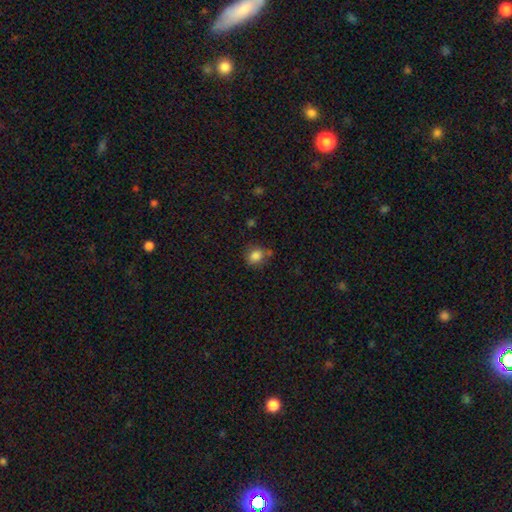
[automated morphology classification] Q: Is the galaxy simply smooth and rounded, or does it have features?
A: smooth — 84%.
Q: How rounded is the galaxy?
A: round — 66%.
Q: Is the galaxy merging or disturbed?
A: none — 66%.